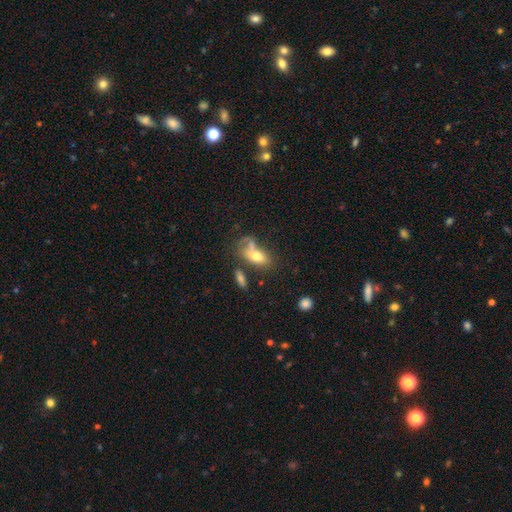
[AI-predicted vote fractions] smooth_or_featured: smooth (p=0.66) [alt: featured or disk p=0.25]
how_rounded: in between (p=0.83) [alt: cigar-shaped p=0.11]
merging: none (p=0.34) [alt: merger p=0.27]